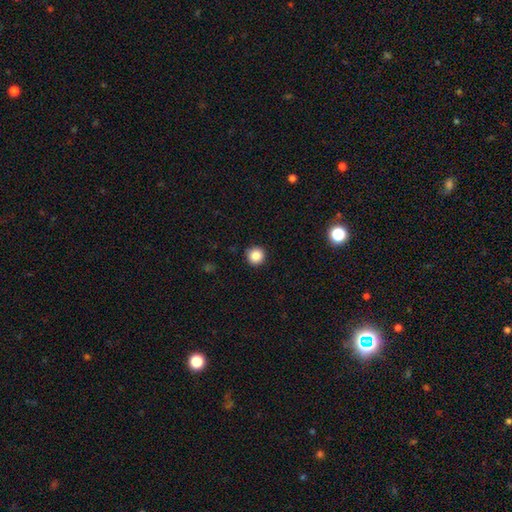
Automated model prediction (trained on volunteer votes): Overall: smooth (86%). How rounded: round (95%). Merging: none (91%).